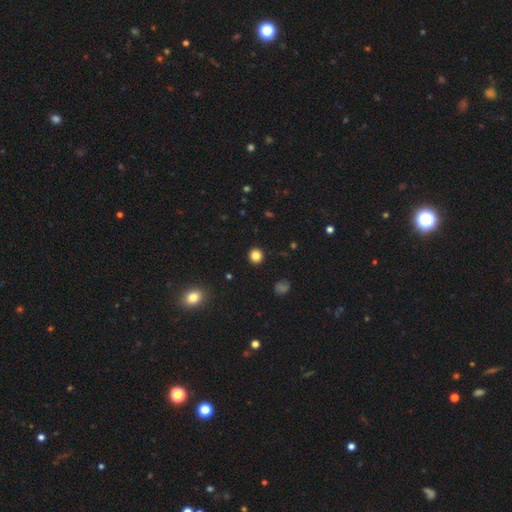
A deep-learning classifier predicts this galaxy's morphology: Smooth or featured?
  - smooth: 83% *
  - star or artifact: 12%
  - featured or disk: 4%
How rounded?
  - round: 91% *
  - in between: 8%
  - cigar-shaped: 1%
Merging?
  - none: 92% *
  - minor disturbance: 5%
  - major disturbance: 2%
  - merger: 1%